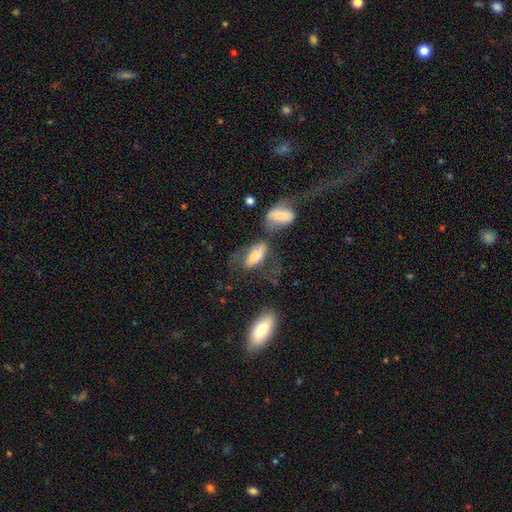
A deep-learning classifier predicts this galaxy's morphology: smooth-or-featured: smooth: 57% | featured or disk: 34% | star or artifact: 8%
  how-rounded: in between: 84% | cigar-shaped: 12% | round: 4%
  merging: none: 29% | major disturbance: 27% | merger: 27% | minor disturbance: 17%